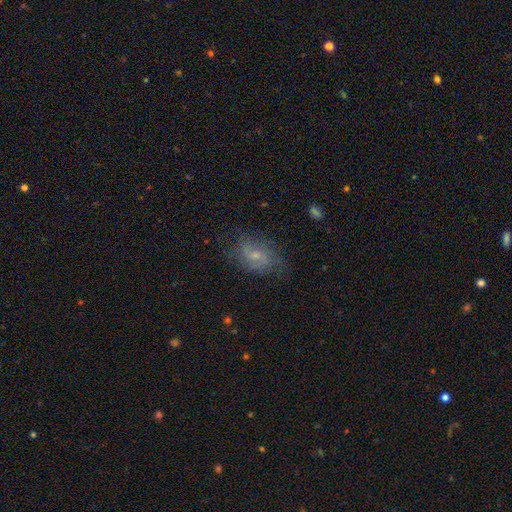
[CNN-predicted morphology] This is possibly a featured or disk galaxy (54%). It is clearly not viewed edge-on (95%). Bar: possibly no (51%). Spiral arm pattern: clearly yes (80%). Central bulge: possibly small (56%). Merging: likely none (66%).